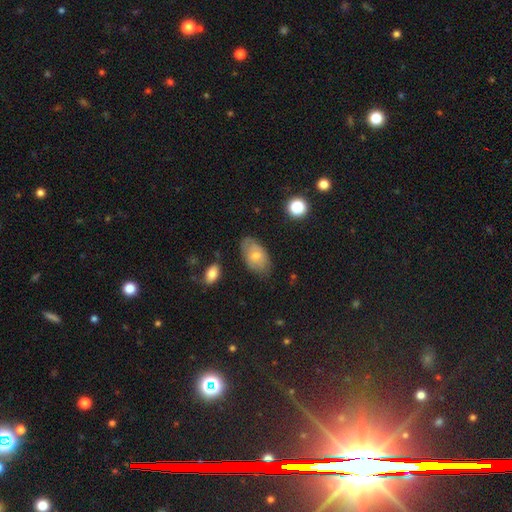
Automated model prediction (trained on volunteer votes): Smooth or featured?
  - smooth: 64% *
  - featured or disk: 29%
  - star or artifact: 7%
How rounded?
  - in between: 93% *
  - round: 6%
  - cigar-shaped: 2%
Merging?
  - none: 70% *
  - minor disturbance: 23%
  - major disturbance: 5%
  - merger: 2%